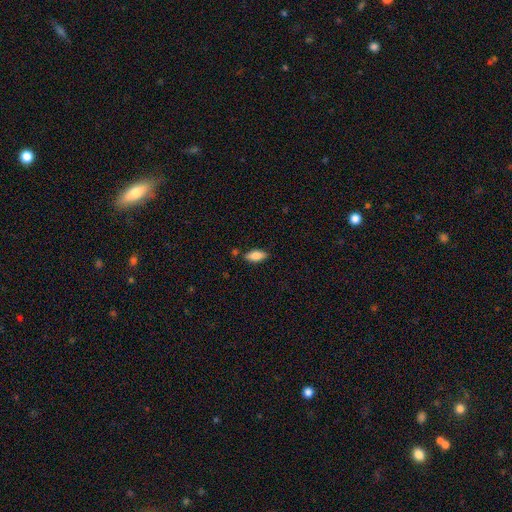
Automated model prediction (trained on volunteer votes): Overall: smooth (83%). How rounded: in between (85%). Merging: none (81%).